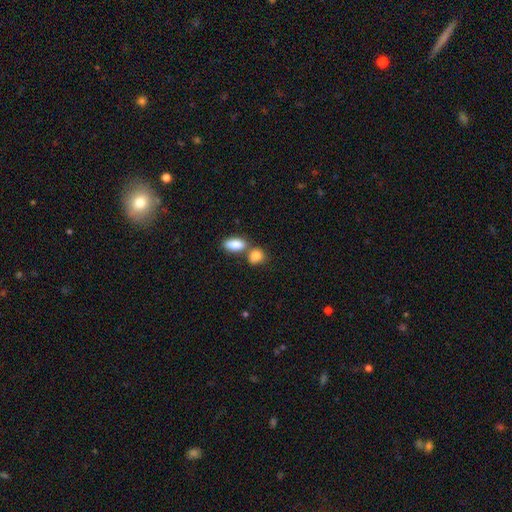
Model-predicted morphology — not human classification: A smooth galaxy with no disk features (86%) that is in between round and cigar-shaped (64%). Merging: merger (45%).